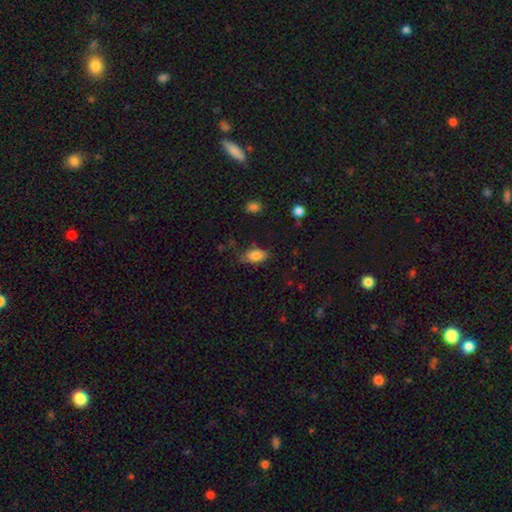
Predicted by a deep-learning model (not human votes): This is clearly a smooth galaxy (84%). How rounded: clearly in between (91%). Merging: likely none (71%).